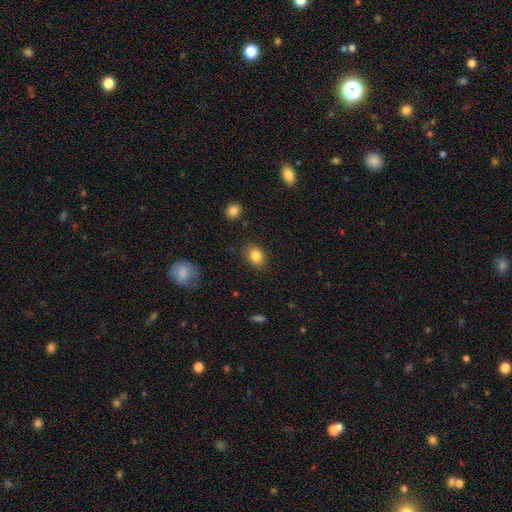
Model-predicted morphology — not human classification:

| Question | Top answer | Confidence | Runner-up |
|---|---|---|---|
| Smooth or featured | smooth | 84% | star or artifact (10%) |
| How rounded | in between | 57% | round (42%) |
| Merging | none | 85% | minor disturbance (11%) |